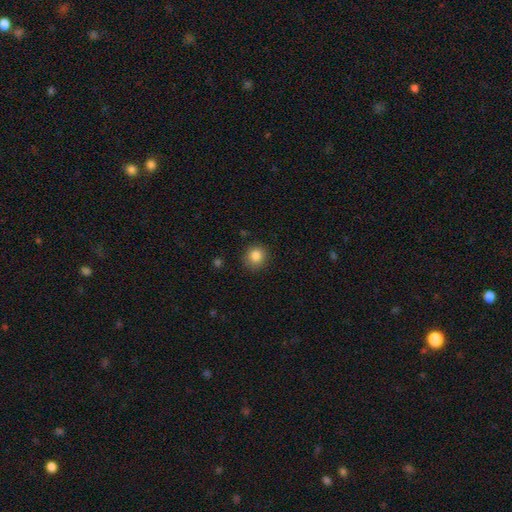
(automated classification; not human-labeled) Q: Smooth or featured?
A: smooth (85%); runner-up: star or artifact (10%)
Q: How rounded?
A: round (87%); runner-up: in between (12%)
Q: Merging?
A: none (87%); runner-up: minor disturbance (9%)